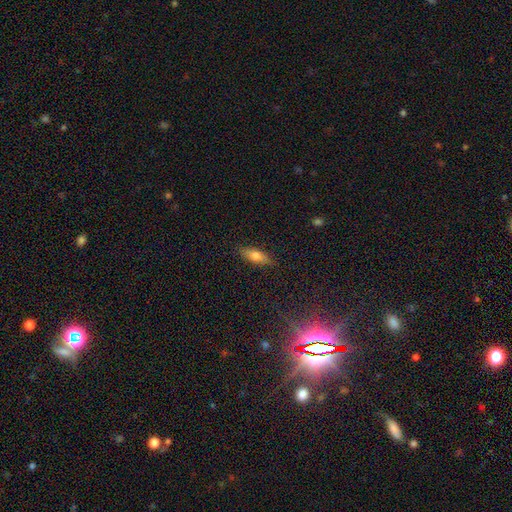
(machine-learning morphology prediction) A smooth galaxy with no disk features (70%) that is in between round and cigar-shaped (65%).

Vote fractions:
- Smooth or featured? smooth: 70% / featured or disk: 22% / star or artifact: 8%
- How rounded? in between: 65% / cigar-shaped: 32% / round: 3%
- Merging? none: 86% / minor disturbance: 10% / major disturbance: 2% / merger: 1%